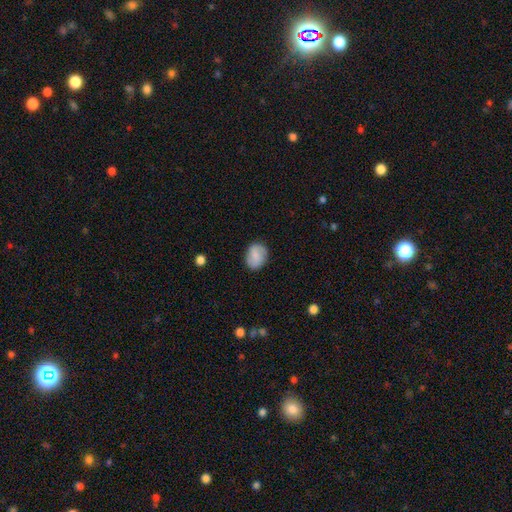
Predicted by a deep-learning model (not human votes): This is likely a smooth galaxy (75%). How rounded: likely in between (61%). Merging: clearly none (84%).